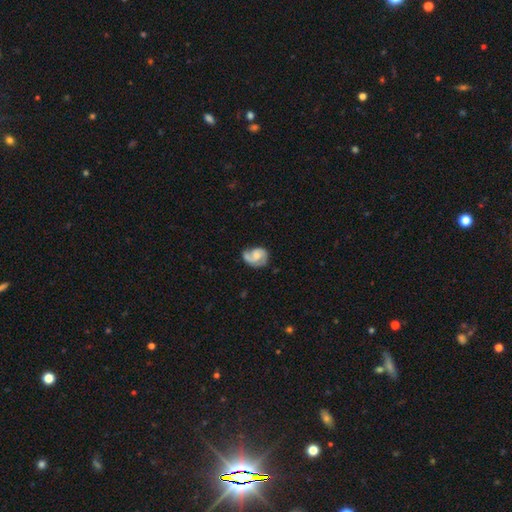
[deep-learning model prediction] This is likely a featured or disk galaxy (70%). It is clearly not viewed edge-on (98%). Bar: possibly no (58%). Spiral arm pattern: clearly yes (92%). Spiral arm count: likely 2 (66%). Spiral winding: possibly medium (45%). Central bulge: marginally moderate (36%). Merging: possibly none (52%).